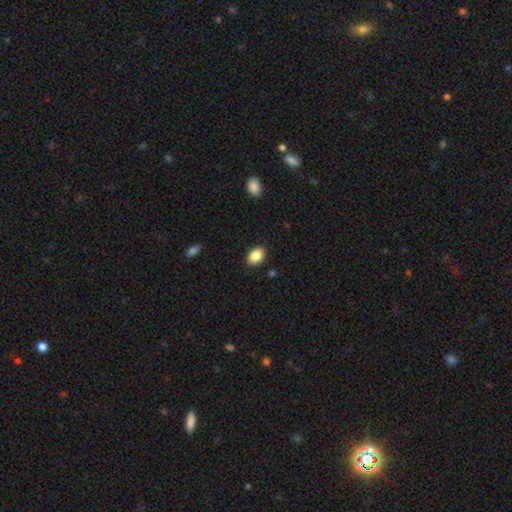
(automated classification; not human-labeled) Q: Smooth or featured?
A: smooth (87%); runner-up: star or artifact (8%)
Q: How rounded?
A: in between (85%); runner-up: round (13%)
Q: Merging?
A: none (87%); runner-up: minor disturbance (9%)